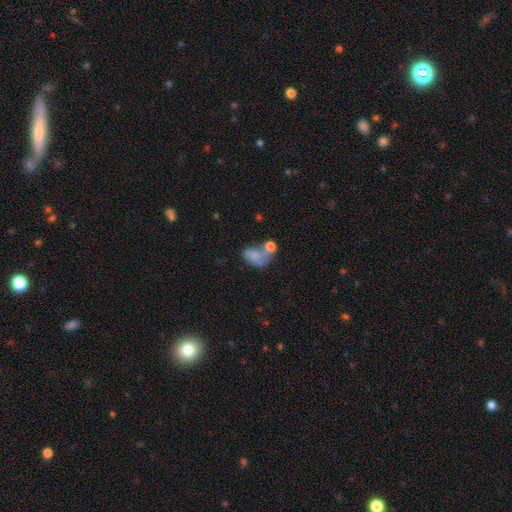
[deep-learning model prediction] Overall: smooth (64%; featured or disk 25%). How rounded: in between (78%). Merging: merger (45%; major disturbance 23%).